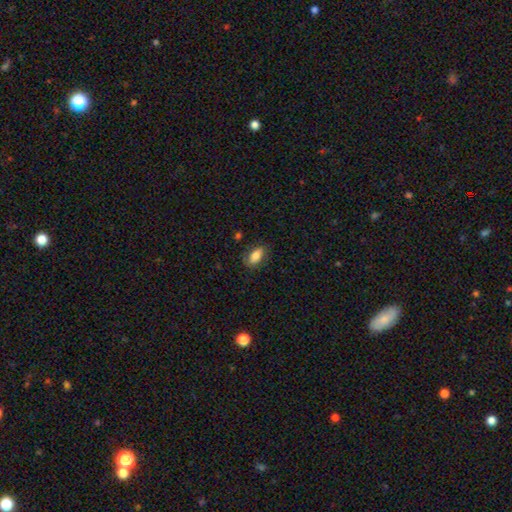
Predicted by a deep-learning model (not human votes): Morphology: type=smooth (78%); roundness=in between (88%); merging=none (76%).